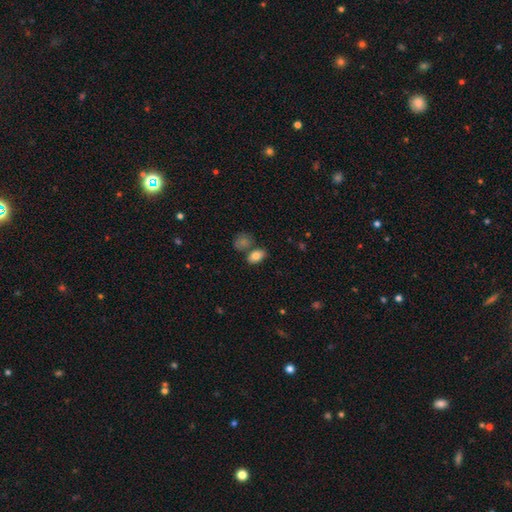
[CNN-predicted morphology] A smooth galaxy with no disk features (82%) that is in between round and cigar-shaped (87%).

Vote fractions:
- Smooth or featured? smooth: 82% / featured or disk: 9% / star or artifact: 9%
- How rounded? in between: 87% / round: 11% / cigar-shaped: 2%
- Merging? none: 66% / merger: 17% / minor disturbance: 13% / major disturbance: 4%